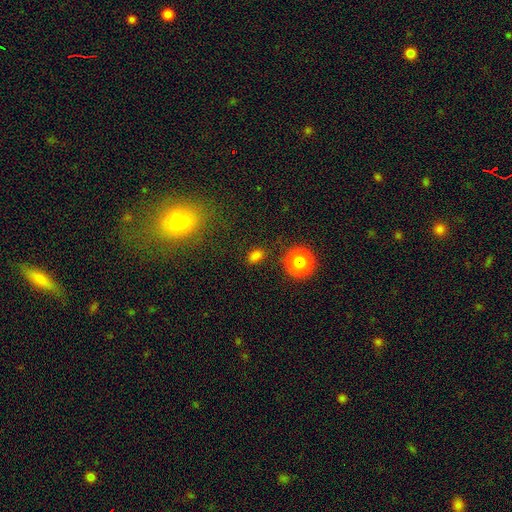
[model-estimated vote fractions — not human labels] Q: Smooth or featured?
A: smooth (73%); runner-up: star or artifact (22%)
Q: How rounded?
A: in between (74%); runner-up: round (24%)
Q: Merging?
A: none (82%); runner-up: minor disturbance (11%)